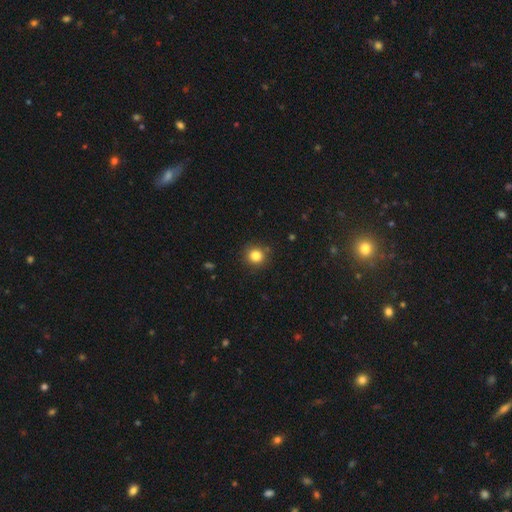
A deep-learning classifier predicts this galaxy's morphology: smooth 82%, star or artifact 12%, featured or disk 5%. Down the decision tree: how rounded — round (91%); merging — none (89%).